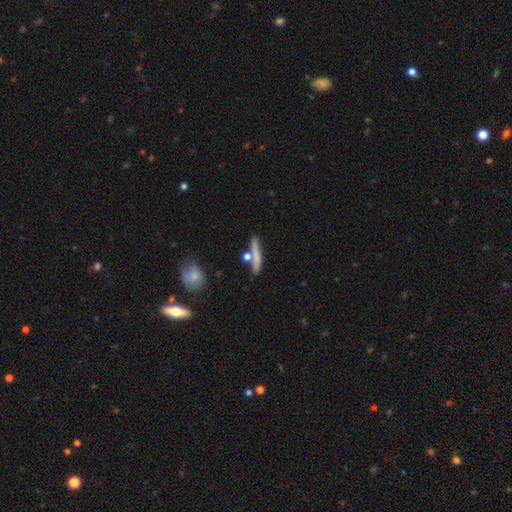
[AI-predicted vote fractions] Smooth or featured? Predicted: smooth (p=0.66). How rounded? Predicted: cigar-shaped (p=0.86). Merging? Predicted: none (p=0.67).